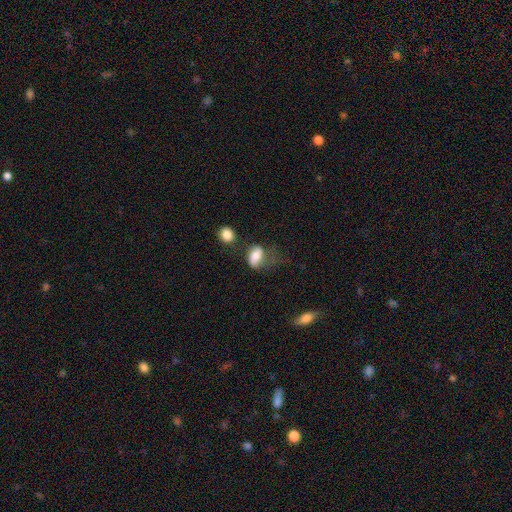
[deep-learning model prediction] The model was most divided on "merging" (2-way tie): major disturbance: 31%, none: 31%, minor disturbance: 28%, merger: 10%. More confident: how rounded — in between (83%); smooth or featured — smooth (74%).